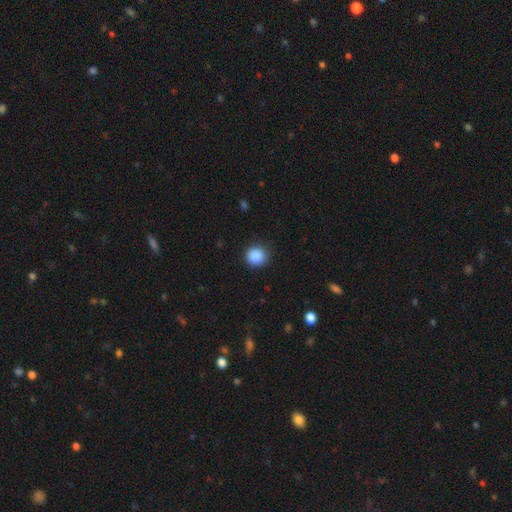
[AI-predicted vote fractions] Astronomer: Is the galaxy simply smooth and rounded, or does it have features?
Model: smooth — 88%.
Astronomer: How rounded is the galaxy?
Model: round — 91%.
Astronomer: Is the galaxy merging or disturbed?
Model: none — 86%.